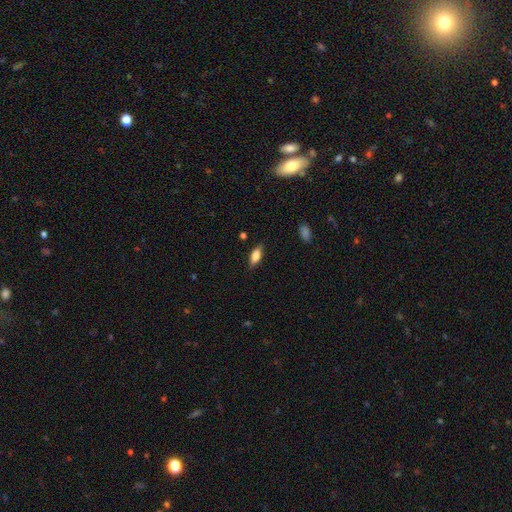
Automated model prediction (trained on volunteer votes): The model was most divided on "smooth or featured": smooth: 71%, featured or disk: 22%, star or artifact: 7%. More confident: merging — none (83%); how rounded — in between (75%).